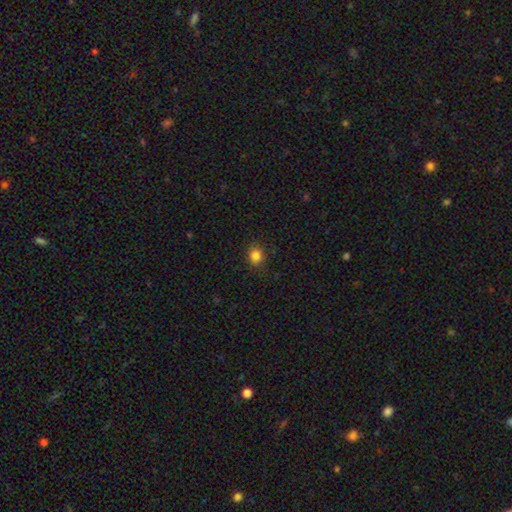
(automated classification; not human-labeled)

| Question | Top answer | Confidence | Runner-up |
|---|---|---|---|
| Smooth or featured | smooth | 84% | star or artifact (12%) |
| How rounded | round | 78% | in between (21%) |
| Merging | none | 87% | minor disturbance (9%) |